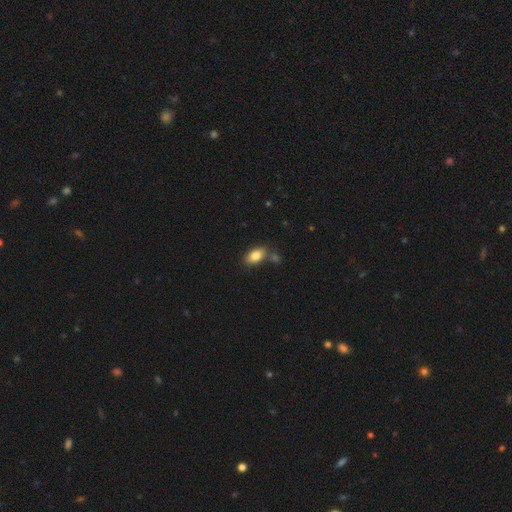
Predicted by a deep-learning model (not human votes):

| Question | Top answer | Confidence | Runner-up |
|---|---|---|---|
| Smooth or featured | smooth | 84% | featured or disk (8%) |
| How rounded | in between | 91% | round (6%) |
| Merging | none | 69% | merger (14%) |